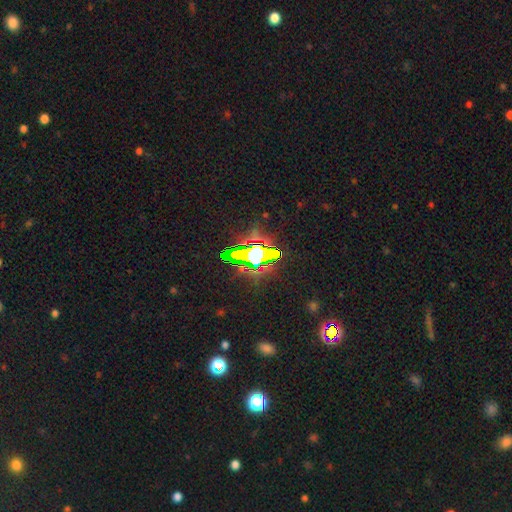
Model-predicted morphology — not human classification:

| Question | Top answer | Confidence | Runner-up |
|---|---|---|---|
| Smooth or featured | star or artifact | 66% | smooth (18%) |